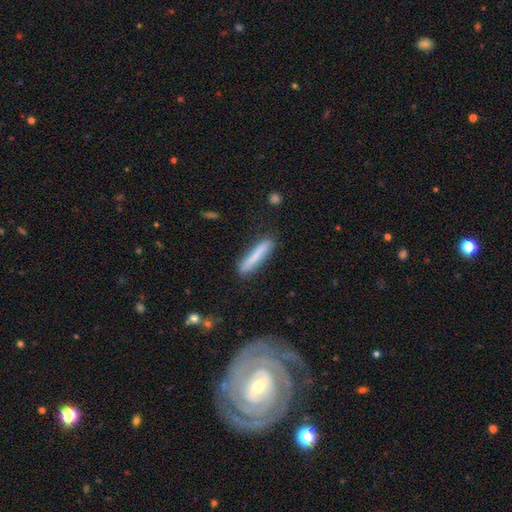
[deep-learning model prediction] The model was most divided on "smooth or featured": smooth: 76%, featured or disk: 18%, star or artifact: 6%. More confident: how rounded — cigar-shaped (91%); merging — none (85%).